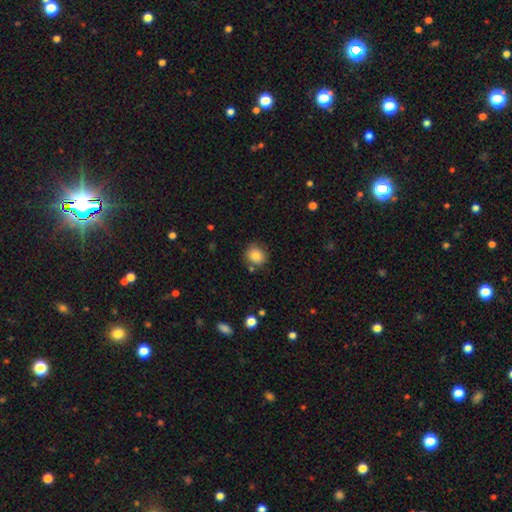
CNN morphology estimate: smooth 82%, star or artifact 10%, featured or disk 8%. Down the decision tree: how rounded — round (80%); merging — none (80%).